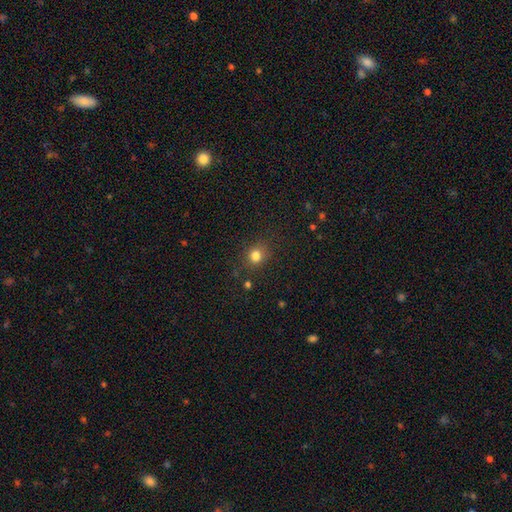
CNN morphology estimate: smooth-or-featured: smooth: 80% | star or artifact: 14% | featured or disk: 6%
  how-rounded: round: 78% | in between: 21% | cigar-shaped: 1%
  merging: none: 83% | minor disturbance: 11% | major disturbance: 4% | merger: 2%